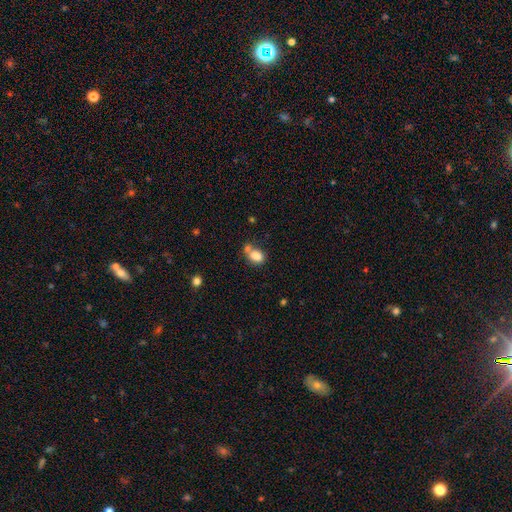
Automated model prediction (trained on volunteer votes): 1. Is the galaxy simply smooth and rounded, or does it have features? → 81% smooth, 10% star or artifact, 9% featured or disk.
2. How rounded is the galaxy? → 74% in between, 25% round, 1% cigar-shaped.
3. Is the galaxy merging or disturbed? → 41% none, 37% merger, 15% minor disturbance, 7% major disturbance.